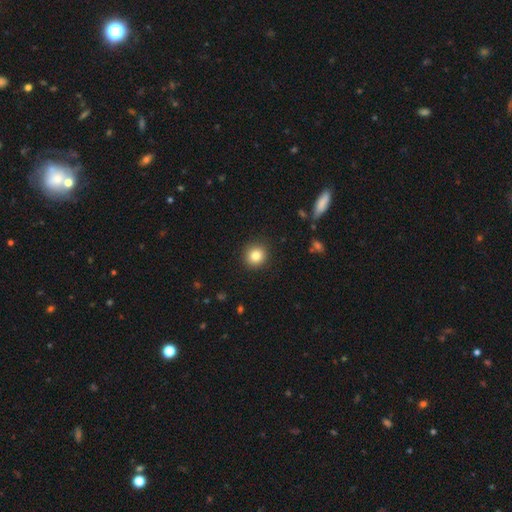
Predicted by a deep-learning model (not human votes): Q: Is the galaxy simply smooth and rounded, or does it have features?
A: smooth — 83%.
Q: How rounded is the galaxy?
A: round — 90%.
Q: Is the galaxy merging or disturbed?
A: none — 91%.